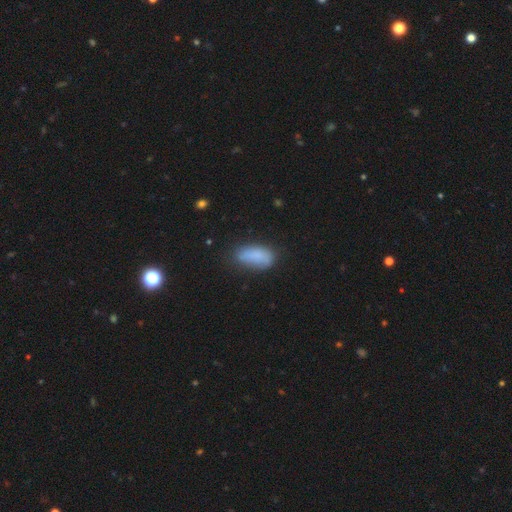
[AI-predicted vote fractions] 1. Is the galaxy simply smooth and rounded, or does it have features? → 82% smooth, 10% featured or disk, 8% star or artifact.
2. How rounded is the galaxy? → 85% in between, 12% cigar-shaped, 3% round.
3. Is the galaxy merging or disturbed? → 58% none, 29% minor disturbance, 9% major disturbance, 3% merger.